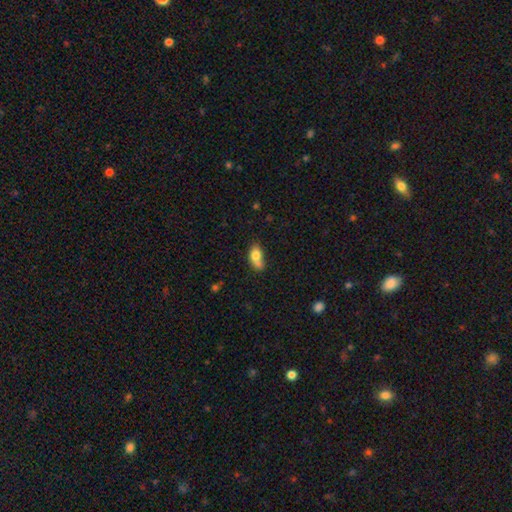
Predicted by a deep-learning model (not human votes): smooth_or_featured: smooth (p=0.76) [alt: featured or disk p=0.15]
how_rounded: in between (p=0.83) [alt: round p=0.11]
merging: none (p=0.38) [alt: merger p=0.28]